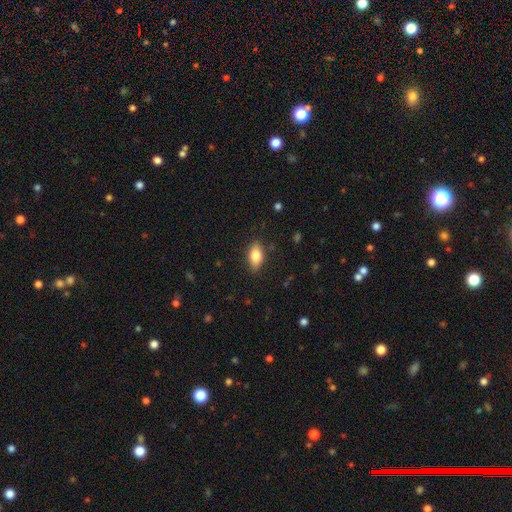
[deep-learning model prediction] smooth-or-featured: smooth: 78% | featured or disk: 15% | star or artifact: 8%
  how-rounded: in between: 87% | cigar-shaped: 7% | round: 6%
  merging: none: 84% | minor disturbance: 12% | major disturbance: 3% | merger: 1%